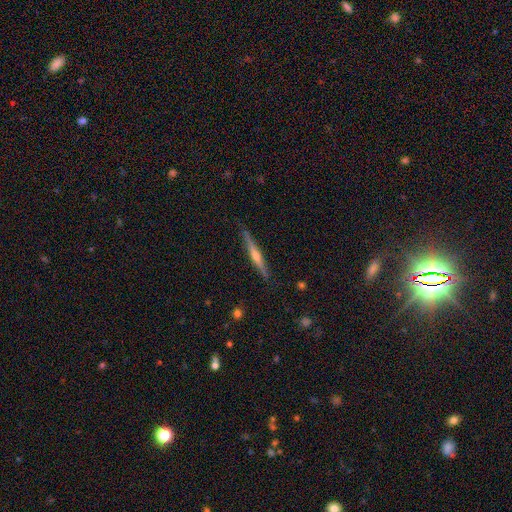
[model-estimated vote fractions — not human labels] Smooth or featured? Predicted: featured or disk (p=0.73). Edge-on disk? Predicted: yes (p=0.98). Edge-on bulge? Predicted: rounded (p=0.85). Merging? Predicted: none (p=0.89).